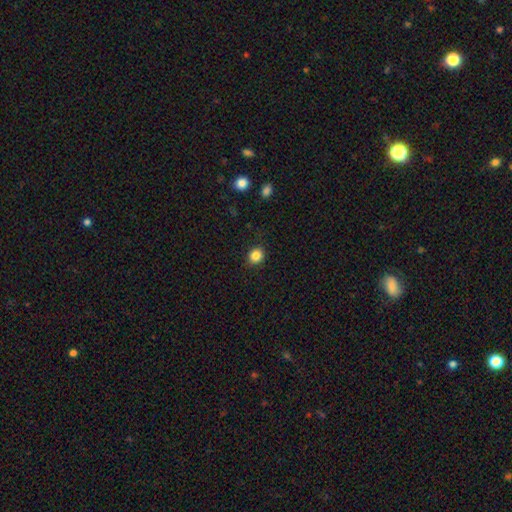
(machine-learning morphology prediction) This is clearly a smooth galaxy (85%). How rounded: likely round (75%). Merging: clearly none (88%).